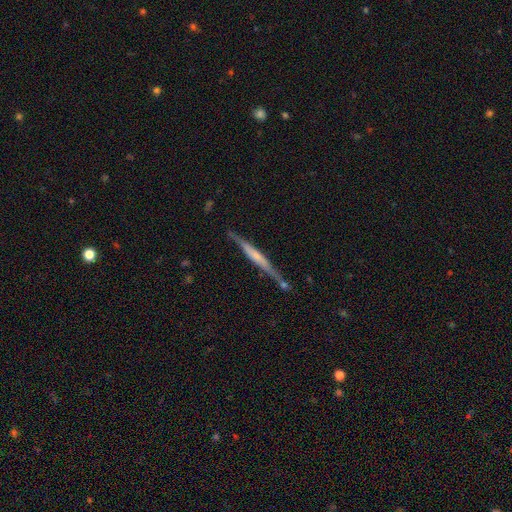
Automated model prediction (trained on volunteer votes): featured or disk 66%, smooth 28%, star or artifact 6%. Down the decision tree: edge-on disk — yes (97%); edge-on bulge — none (40%); merging — none (77%).